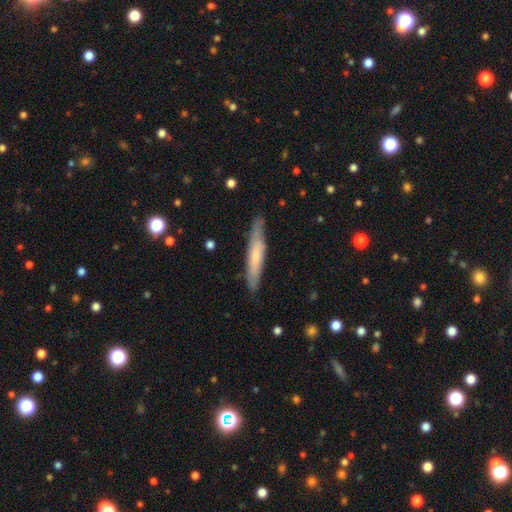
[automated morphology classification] Smooth or featured? smooth (55%)
How rounded? cigar-shaped (91%)
Merging? none (84%)